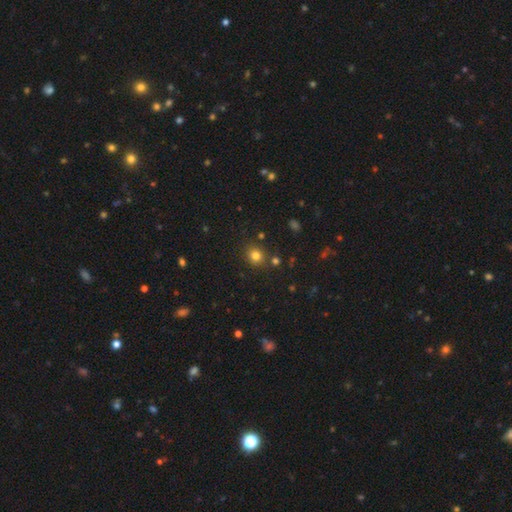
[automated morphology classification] smooth-or-featured: smooth: 79% | star or artifact: 15% | featured or disk: 6%
  how-rounded: round: 80% | in between: 19% | cigar-shaped: 1%
  merging: none: 82% | minor disturbance: 9% | merger: 6% | major disturbance: 3%